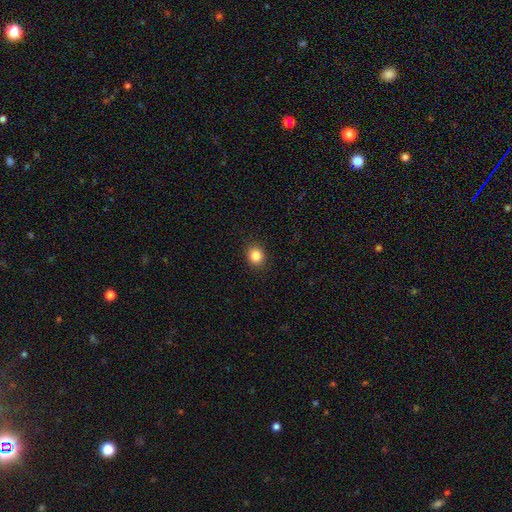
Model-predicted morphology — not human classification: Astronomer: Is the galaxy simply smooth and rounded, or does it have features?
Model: smooth — 85%.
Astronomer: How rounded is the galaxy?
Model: round — 80%.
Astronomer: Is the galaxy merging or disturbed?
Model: none — 90%.